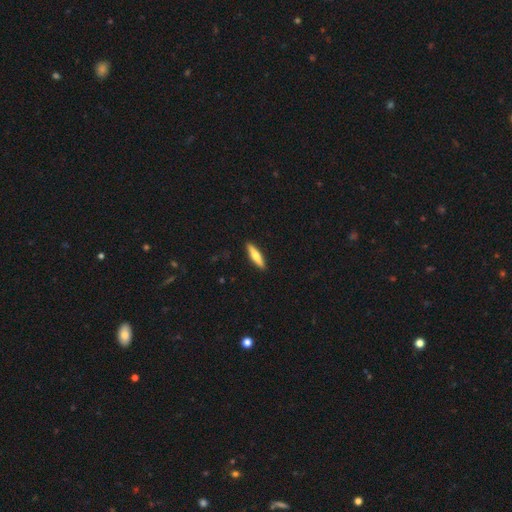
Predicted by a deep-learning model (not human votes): This is possibly a smooth galaxy (58%). How rounded: clearly cigar-shaped (81%). Merging: clearly none (92%).